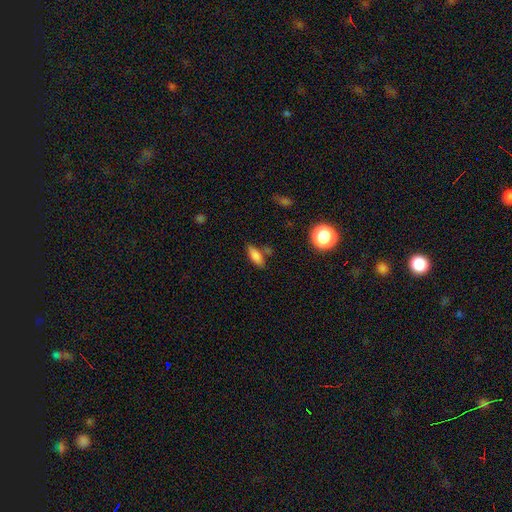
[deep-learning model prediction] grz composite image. It shows a smooth galaxy with no disk features (82%) that is in between round and cigar-shaped (75%). Merging: none (72%).